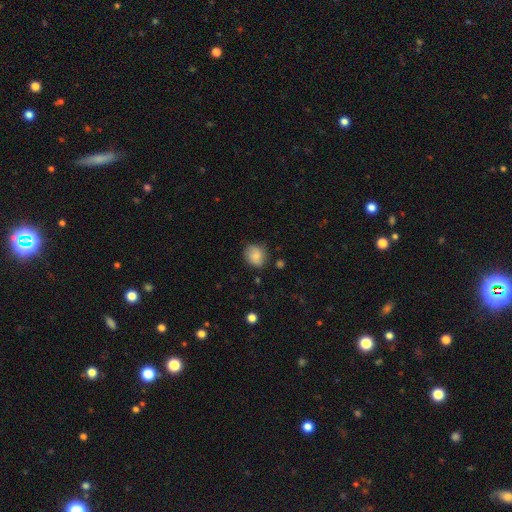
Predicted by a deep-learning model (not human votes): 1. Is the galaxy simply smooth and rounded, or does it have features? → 80% smooth, 11% featured or disk, 9% star or artifact.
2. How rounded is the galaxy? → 67% round, 32% in between, 1% cigar-shaped.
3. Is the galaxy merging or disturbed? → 76% none, 18% minor disturbance, 4% major disturbance, 2% merger.